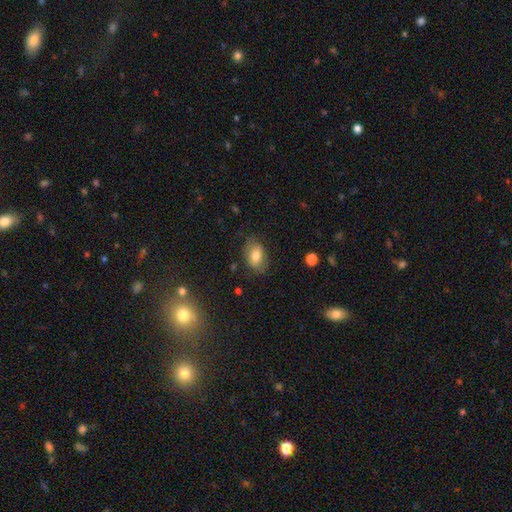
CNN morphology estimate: Smooth or featured?
  - smooth: 71% *
  - featured or disk: 20%
  - star or artifact: 9%
How rounded?
  - in between: 84% *
  - round: 14%
  - cigar-shaped: 2%
Merging?
  - none: 73% *
  - minor disturbance: 19%
  - major disturbance: 7%
  - merger: 2%